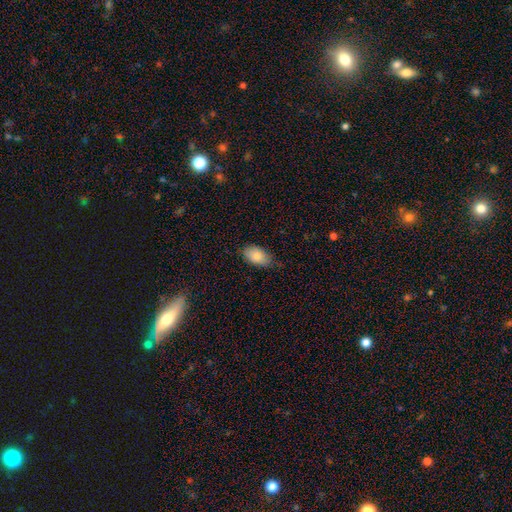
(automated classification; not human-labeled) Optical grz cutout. It shows a smooth galaxy with no disk features (81%) that is in between round and cigar-shaped (93%). Merging: none (78%).